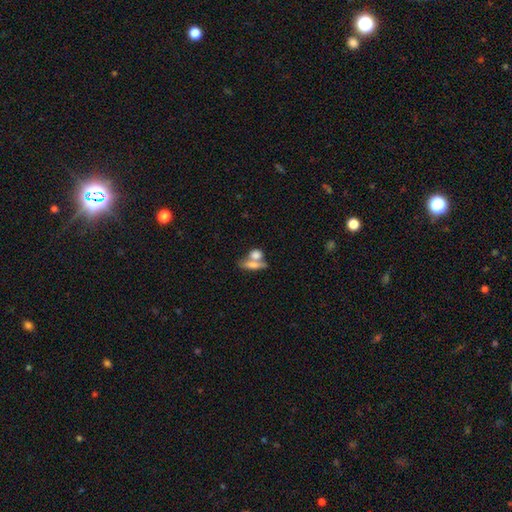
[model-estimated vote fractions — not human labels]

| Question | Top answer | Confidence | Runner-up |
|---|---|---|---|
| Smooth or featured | smooth | 74% | featured or disk (17%) |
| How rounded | in between | 57% | round (27%) |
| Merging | merger | 53% | none (33%) |